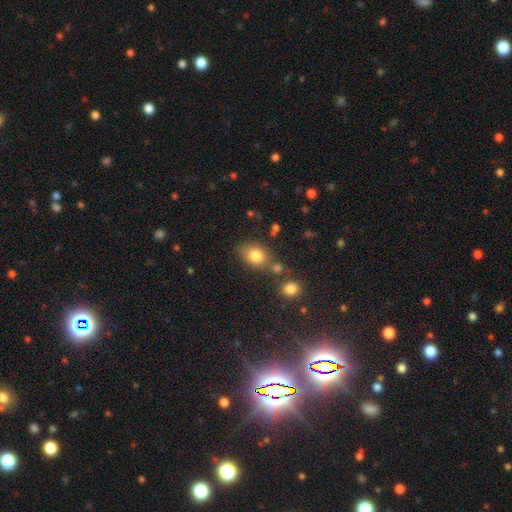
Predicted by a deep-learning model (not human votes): Morphology: type=smooth (80%); roundness=in between (73%); merging=none (62%).